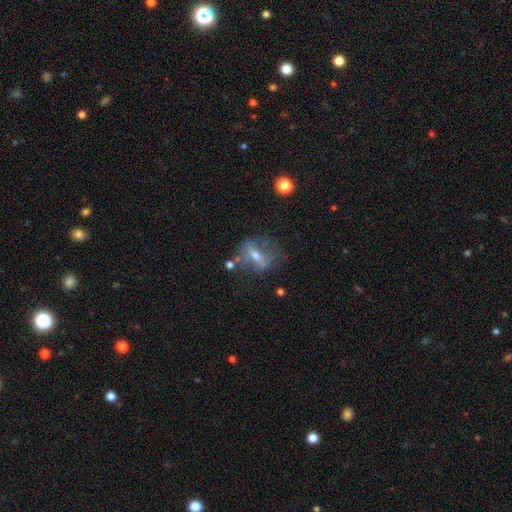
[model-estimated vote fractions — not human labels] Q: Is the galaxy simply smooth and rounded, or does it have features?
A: featured or disk — 56%.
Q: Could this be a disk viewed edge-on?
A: no — 89%.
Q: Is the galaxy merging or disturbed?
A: none — 45%.